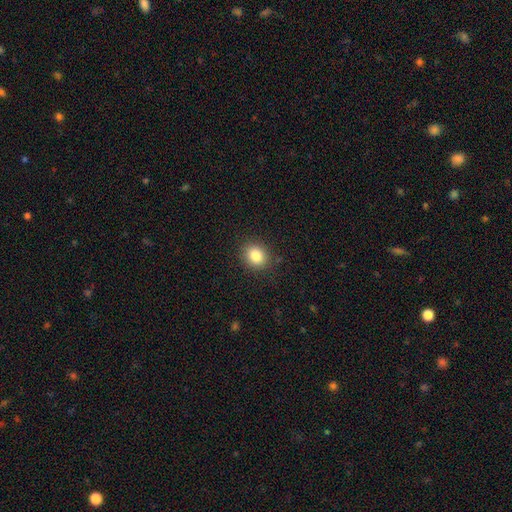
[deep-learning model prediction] smooth_or_featured: smooth (p=0.84) [alt: star or artifact p=0.10]
how_rounded: round (p=0.66) [alt: in between p=0.33]
merging: none (p=0.88) [alt: minor disturbance p=0.09]